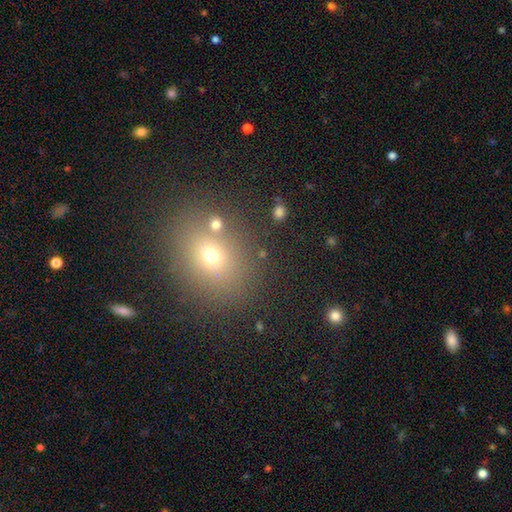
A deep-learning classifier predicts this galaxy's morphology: Smooth or featured: smooth — 63% (star or artifact — 23%)
How rounded: round — 56% (in between — 43%)
Merging: none — 81% (minor disturbance — 9%)